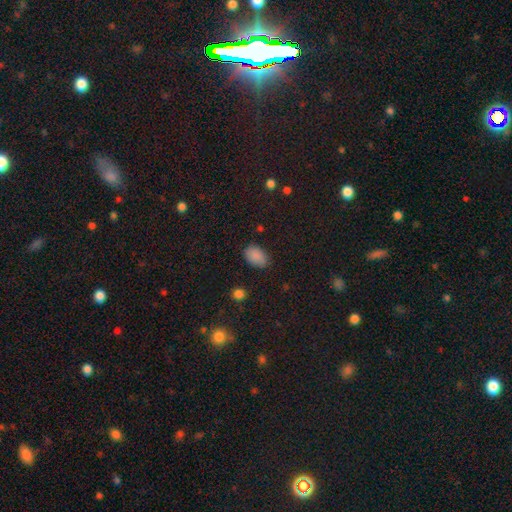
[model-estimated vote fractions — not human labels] This is clearly a smooth galaxy (86%). How rounded: clearly in between (87%). Merging: likely none (79%).